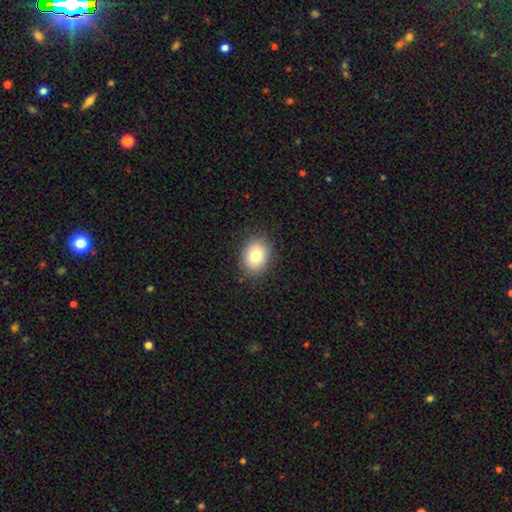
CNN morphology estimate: A smooth galaxy with no disk features (79%) that is in between round and cigar-shaped (52%). Merging: none (88%).